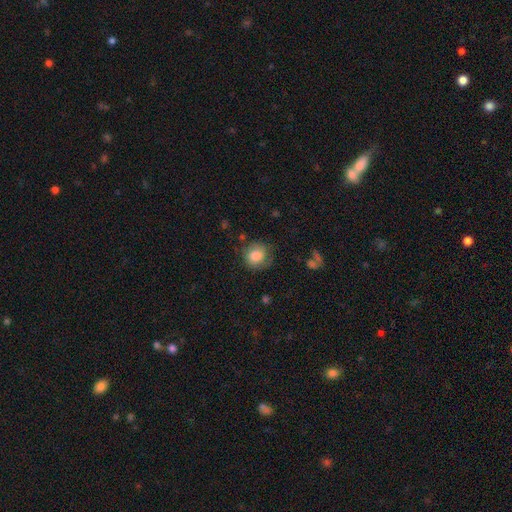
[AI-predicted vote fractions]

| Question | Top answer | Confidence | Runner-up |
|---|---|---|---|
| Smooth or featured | smooth | 80% | featured or disk (12%) |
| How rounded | round | 80% | in between (19%) |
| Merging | none | 66% | minor disturbance (23%) |